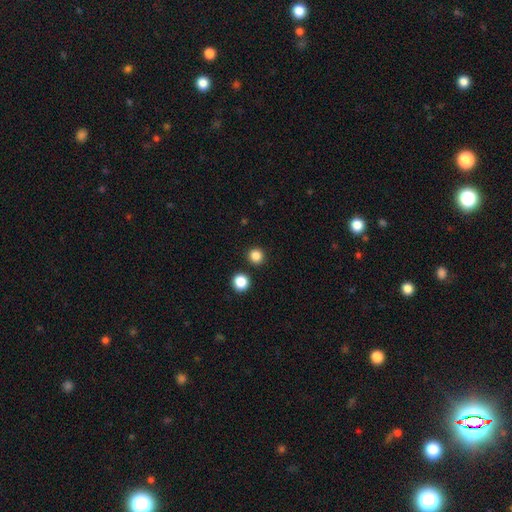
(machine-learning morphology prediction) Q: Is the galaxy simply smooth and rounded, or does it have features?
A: smooth — 84%.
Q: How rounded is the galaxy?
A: round — 94%.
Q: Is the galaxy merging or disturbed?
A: none — 90%.